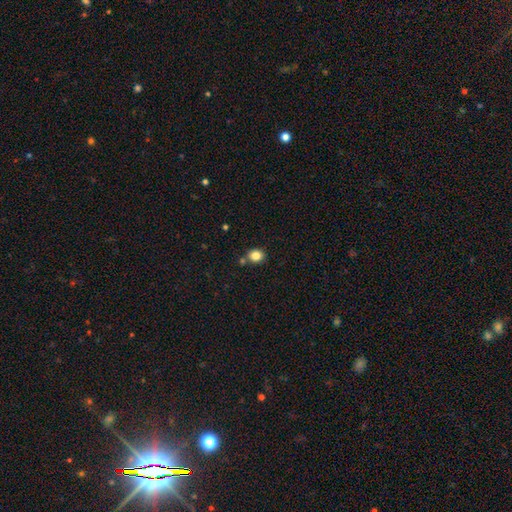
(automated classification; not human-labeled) Morphology: type=smooth (84%); roundness=round (68%); merging=none (77%).